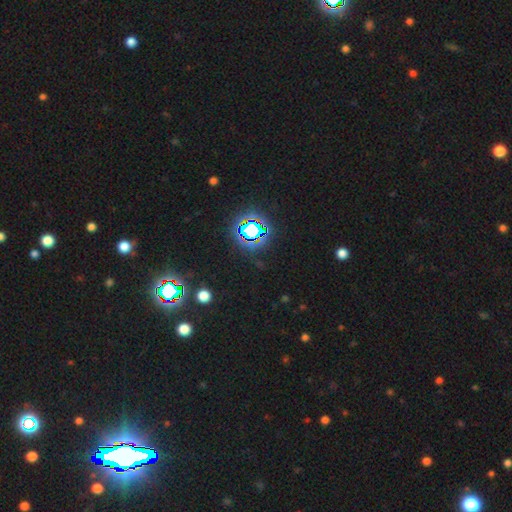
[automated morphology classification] This is clearly a star or artifact rather than a galaxy (83%).